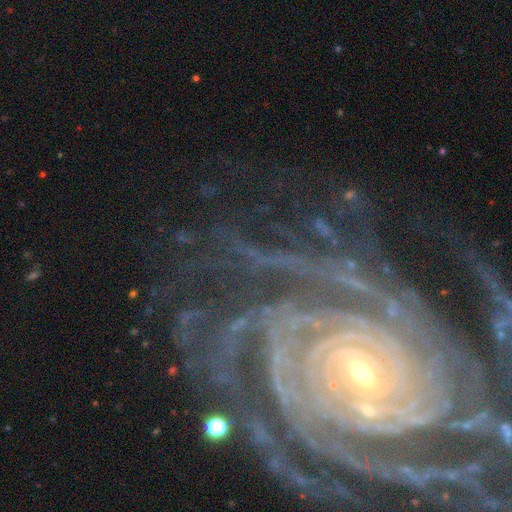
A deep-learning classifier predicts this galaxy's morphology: smooth_or_featured: featured or disk (p=0.74) [alt: star or artifact p=0.17]
disk_edge_on: no (p=0.95) [alt: yes p=0.05]
bar: no (p=0.41) [alt: strong p=0.30]
has_spiral_arms: yes (p=0.96) [alt: no p=0.04]
spiral_winding: tight (p=0.75) [alt: medium p=0.19]
spiral_arm_count: can't tell (p=0.22) [alt: more than 4 p=0.18]
bulge_size: small (p=0.69) [alt: moderate p=0.20]
merging: none (p=0.69) [alt: minor disturbance p=0.15]